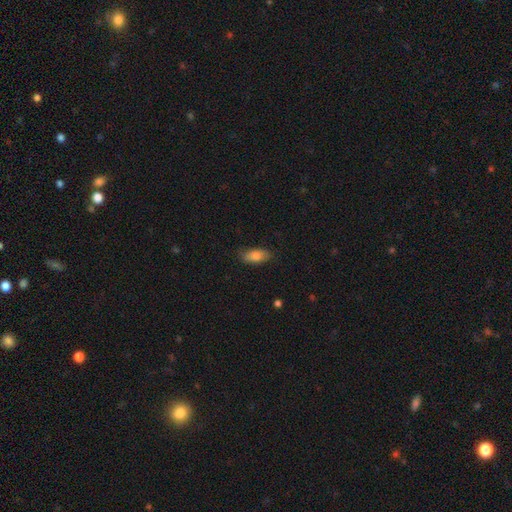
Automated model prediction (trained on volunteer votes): Q: Smooth or featured?
A: smooth (81%); runner-up: featured or disk (12%)
Q: How rounded?
A: in between (87%); runner-up: cigar-shaped (10%)
Q: Merging?
A: none (81%); runner-up: minor disturbance (15%)